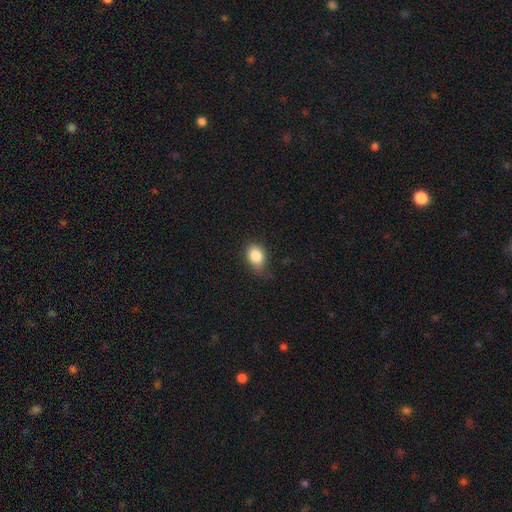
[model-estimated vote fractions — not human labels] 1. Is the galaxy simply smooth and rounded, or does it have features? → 85% smooth, 9% star or artifact, 6% featured or disk.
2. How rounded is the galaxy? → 71% in between, 28% round, 1% cigar-shaped.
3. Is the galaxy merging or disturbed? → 68% none, 25% minor disturbance, 5% major disturbance, 1% merger.